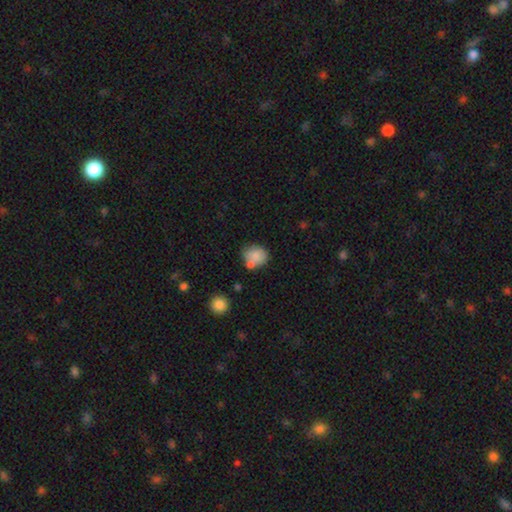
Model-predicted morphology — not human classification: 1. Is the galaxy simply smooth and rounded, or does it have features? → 80% smooth, 11% featured or disk, 9% star or artifact.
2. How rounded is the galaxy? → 68% round, 31% in between, 1% cigar-shaped.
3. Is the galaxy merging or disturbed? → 52% none, 24% merger, 18% minor disturbance, 6% major disturbance.